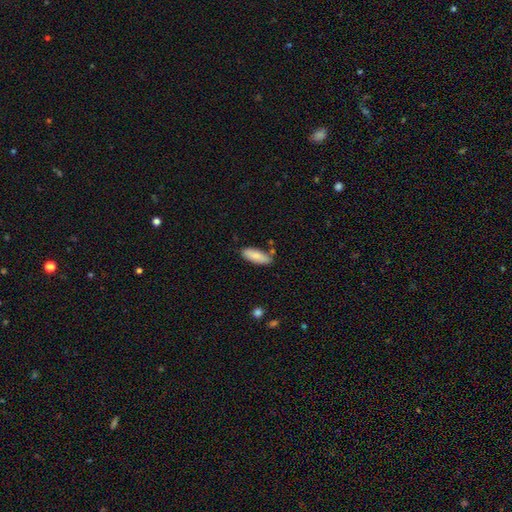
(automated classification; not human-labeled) Smooth or featured: smooth — 83% (featured or disk — 11%)
How rounded: in between — 74% (cigar-shaped — 25%)
Merging: none — 76% (minor disturbance — 17%)